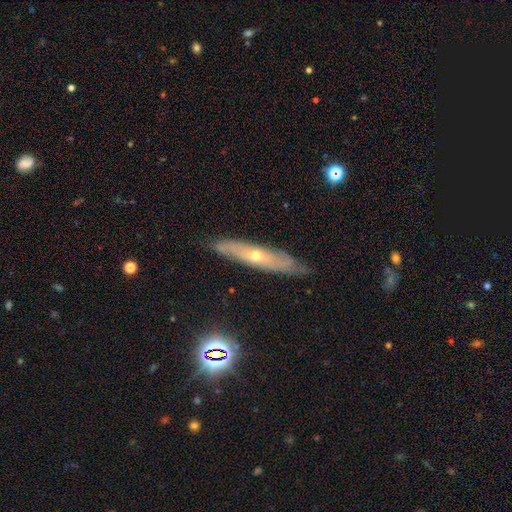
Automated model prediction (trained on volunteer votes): Smooth or featured? featured or disk (65%)
Edge-on disk? yes (65%)
Merging? none (82%)